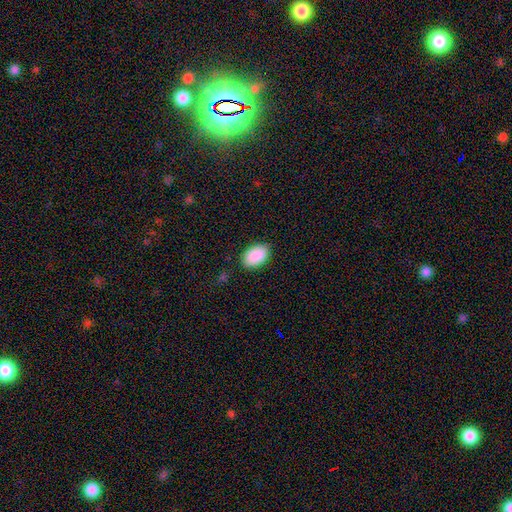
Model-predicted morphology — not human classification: Overall: smooth (91%). How rounded: in between (93%). Merging: none (87%).